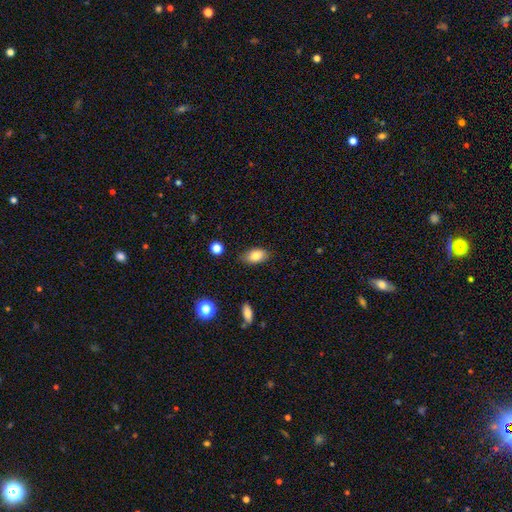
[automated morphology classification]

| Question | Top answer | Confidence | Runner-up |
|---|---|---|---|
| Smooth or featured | smooth | 82% | featured or disk (10%) |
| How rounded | in between | 90% | round (8%) |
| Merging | none | 81% | minor disturbance (15%) |